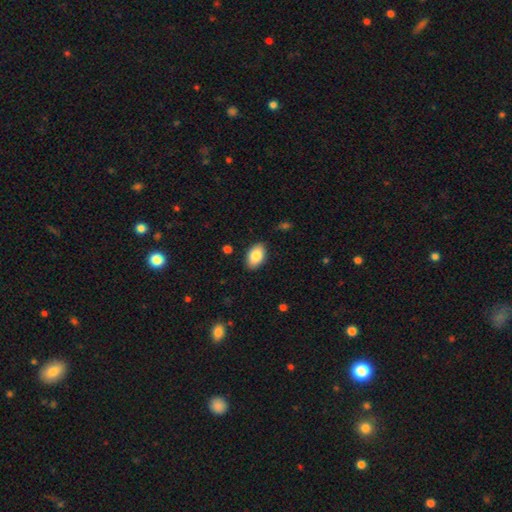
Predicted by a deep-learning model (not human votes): Smooth or featured?
  - smooth: 83% *
  - featured or disk: 10%
  - star or artifact: 7%
How rounded?
  - in between: 91% *
  - round: 8%
  - cigar-shaped: 2%
Merging?
  - none: 86% *
  - minor disturbance: 11%
  - major disturbance: 2%
  - merger: 1%